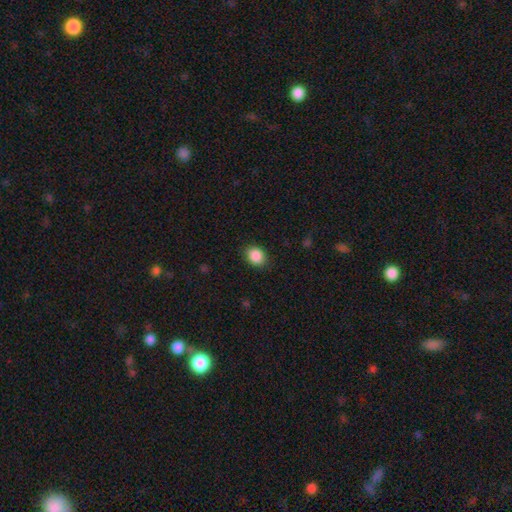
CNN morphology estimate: Overall: smooth (89%). How rounded: round (56%; in between 43%). Merging: none (87%).